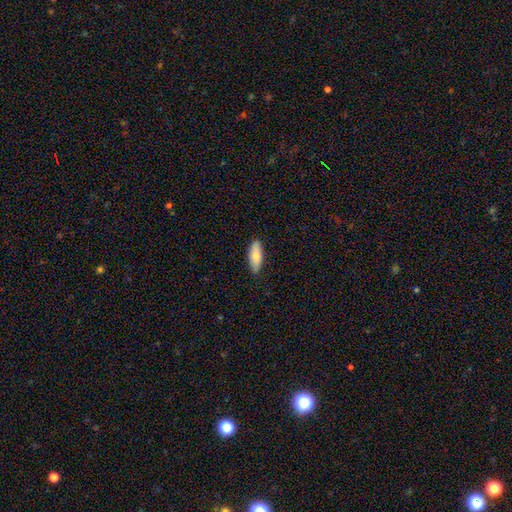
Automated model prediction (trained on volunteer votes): Morphology: type=smooth (80%); roundness=in between (71%); merging=none (86%).